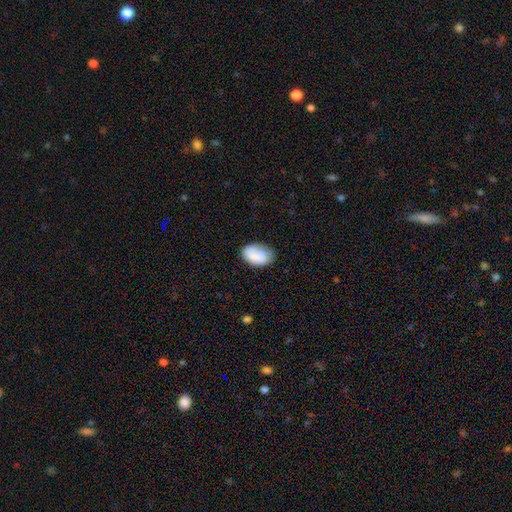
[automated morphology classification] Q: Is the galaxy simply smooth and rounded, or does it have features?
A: smooth — 83%.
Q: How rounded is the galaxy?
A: in between — 89%.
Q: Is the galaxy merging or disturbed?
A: none — 73%.